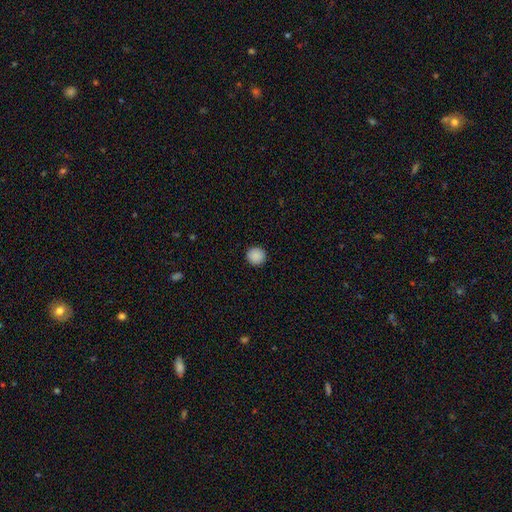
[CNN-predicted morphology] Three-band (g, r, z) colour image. It shows a smooth galaxy with no disk features (89%) that is round (95%). Merging: none (93%).